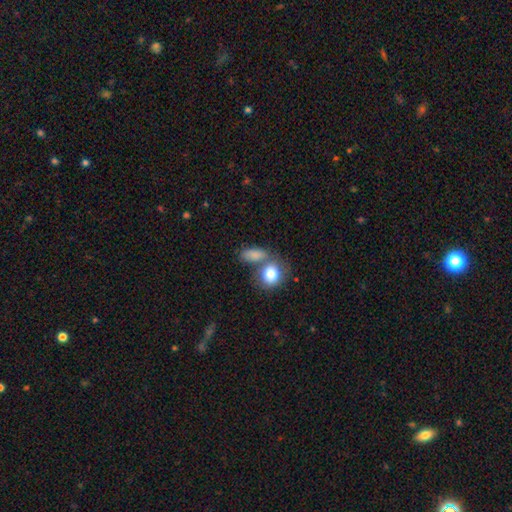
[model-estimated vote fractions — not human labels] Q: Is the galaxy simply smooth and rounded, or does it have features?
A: smooth — 58%.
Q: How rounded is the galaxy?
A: round — 61%.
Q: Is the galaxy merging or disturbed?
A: none — 46%.